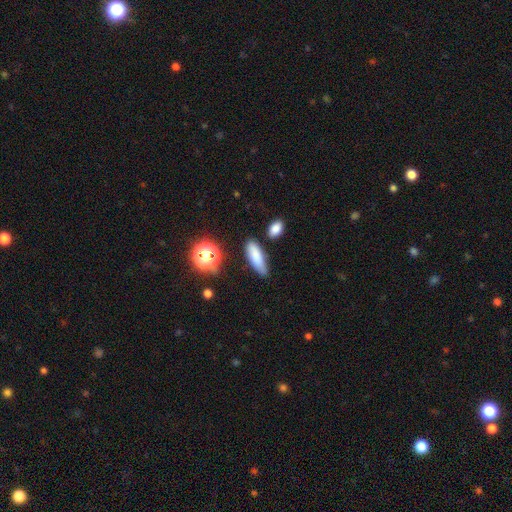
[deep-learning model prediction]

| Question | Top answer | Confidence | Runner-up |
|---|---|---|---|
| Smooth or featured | smooth | 80% | star or artifact (10%) |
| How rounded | in between | 56% | cigar-shaped (40%) |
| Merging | none | 70% | minor disturbance (20%) |